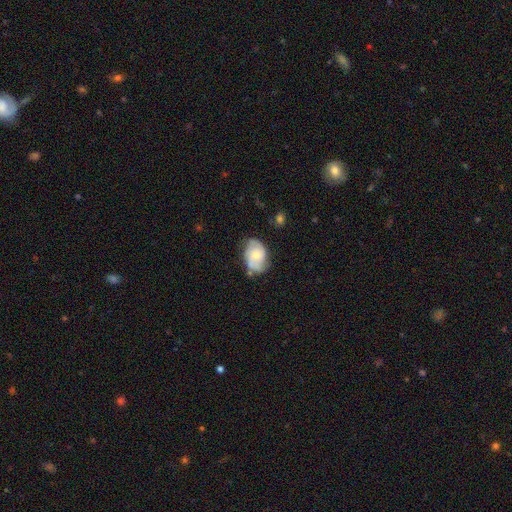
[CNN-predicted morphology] Overall: featured or disk (59%; smooth 34%). Edge-on disk: no (97%). Bar: no (70%). Spiral arms: yes (87%). Bulge size: small (52%; moderate 39%). Merging: none (62%; minor disturbance 27%).